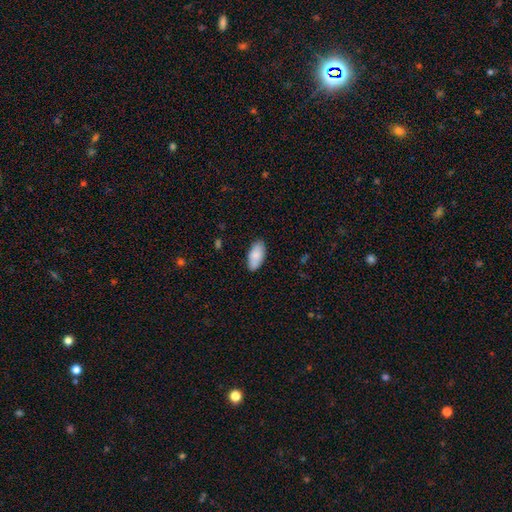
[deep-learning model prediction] Smooth or featured? smooth (85%)
How rounded? in between (94%)
Merging? none (84%)